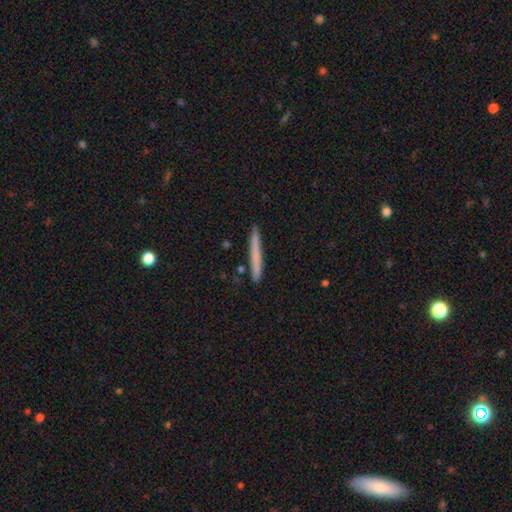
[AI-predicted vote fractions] This appears to be a smooth galaxy with no disk features (67%) that is cigar-shaped (97%). Merging: none (89%).